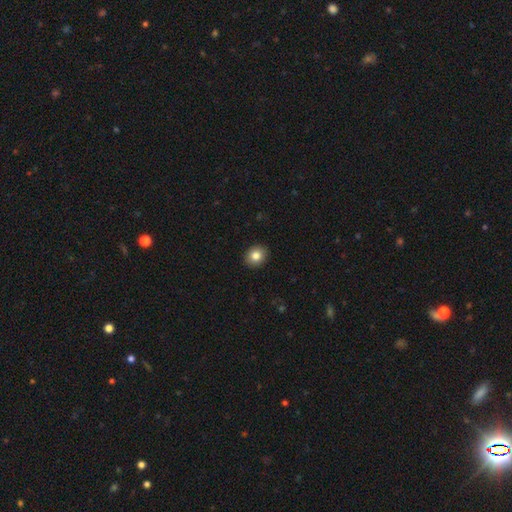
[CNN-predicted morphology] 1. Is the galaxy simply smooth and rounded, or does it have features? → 83% smooth, 9% star or artifact, 8% featured or disk.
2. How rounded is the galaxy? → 67% round, 32% in between, 1% cigar-shaped.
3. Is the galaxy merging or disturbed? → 92% none, 6% minor disturbance, 1% major disturbance, 1% merger.